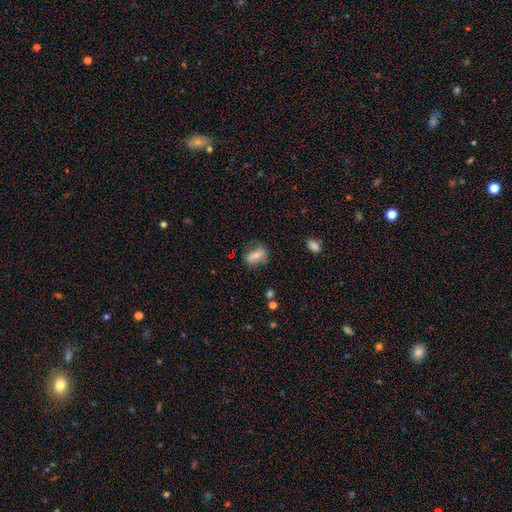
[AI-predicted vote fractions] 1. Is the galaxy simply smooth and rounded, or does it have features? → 59% smooth, 32% featured or disk, 10% star or artifact.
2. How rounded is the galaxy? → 69% in between, 17% round, 14% cigar-shaped.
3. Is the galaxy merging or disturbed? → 69% none, 20% minor disturbance, 8% major disturbance, 2% merger.